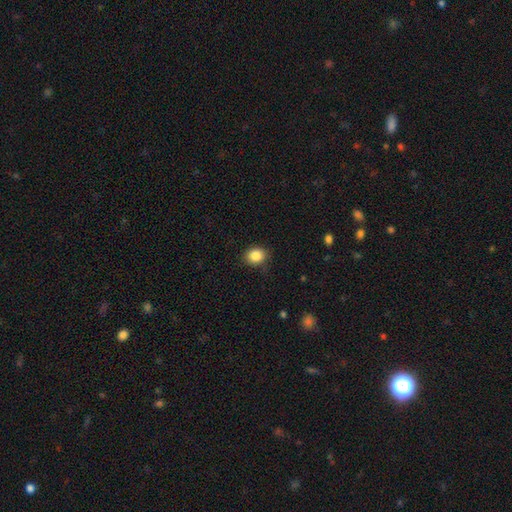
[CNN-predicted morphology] Smooth or featured? smooth (87%)
How rounded? round (63%)
Merging? none (83%)